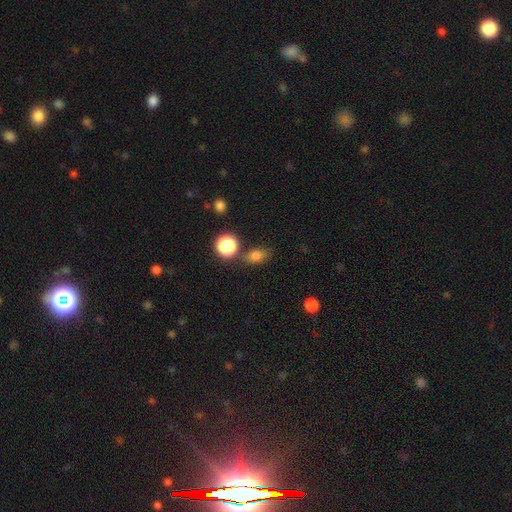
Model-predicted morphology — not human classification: Smooth or featured?
  - smooth: 77% *
  - star or artifact: 16%
  - featured or disk: 7%
How rounded?
  - in between: 65% *
  - round: 32%
  - cigar-shaped: 3%
Merging?
  - none: 66% *
  - minor disturbance: 18%
  - merger: 10%
  - major disturbance: 6%